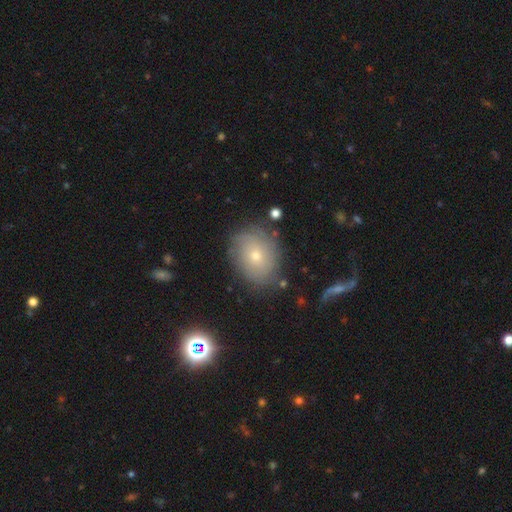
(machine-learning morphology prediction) type=smooth (50%); roundness=in between (55%); merging=none (77%).